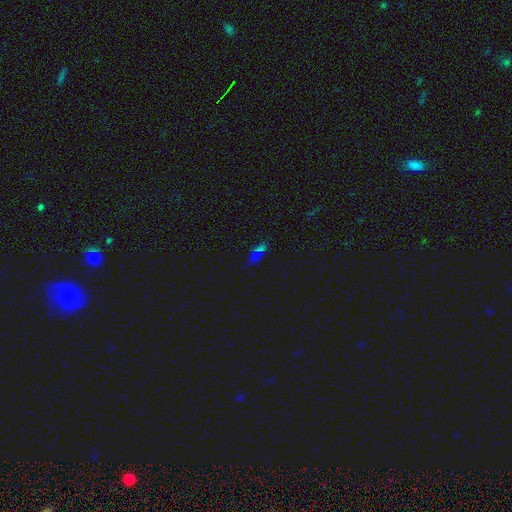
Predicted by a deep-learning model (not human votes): A smooth galaxy with no disk features (49%). Merging: none (63%).